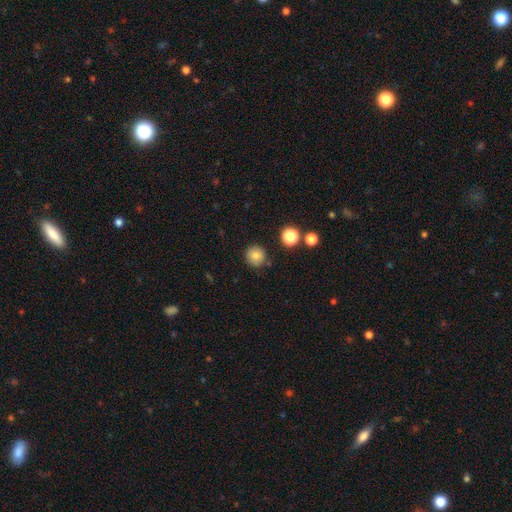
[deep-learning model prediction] A smooth galaxy with no disk features (80%) that is round (94%).

Vote fractions:
- Smooth or featured? smooth: 80% / star or artifact: 12% / featured or disk: 8%
- How rounded? round: 94% / in between: 5% / cigar-shaped: 1%
- Merging? none: 86% / minor disturbance: 8% / merger: 3% / major disturbance: 2%